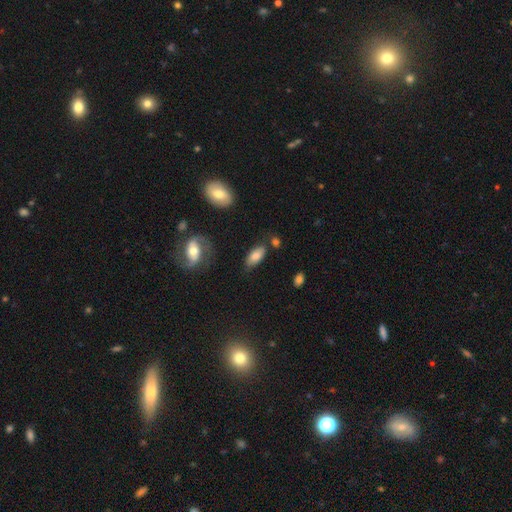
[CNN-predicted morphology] A smooth galaxy with no disk features (76%) that is in between round and cigar-shaped (89%).

Vote fractions:
- Smooth or featured? smooth: 76% / featured or disk: 17% / star or artifact: 8%
- How rounded? in between: 89% / cigar-shaped: 7% / round: 3%
- Merging? none: 70% / minor disturbance: 18% / major disturbance: 7% / merger: 6%